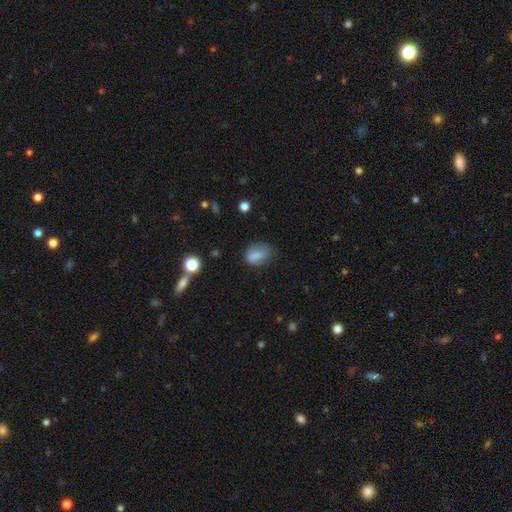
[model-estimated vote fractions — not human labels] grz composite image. It shows a smooth galaxy with no disk features (75%) that is in between round and cigar-shaped (72%). Merging: none (55%).